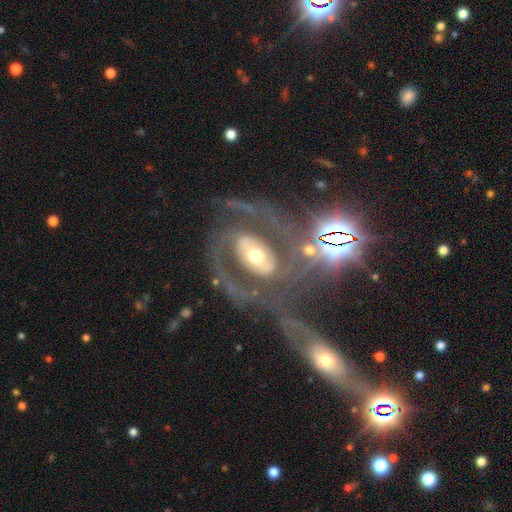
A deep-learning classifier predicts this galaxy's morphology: Smooth or featured: featured or disk — 86% (star or artifact — 8%)
Edge-on disk: no — 97% (yes — 3%)
Bar: strong — 40% (weak — 32%)
Spiral arms: yes — 91% (no — 9%)
Spiral winding: medium — 52% (tight — 28%)
Spiral arm count: 2 — 80% (can't tell — 6%)
Bulge size: moderate — 67% (small — 18%)
Merging: none — 51% (major disturbance — 24%)